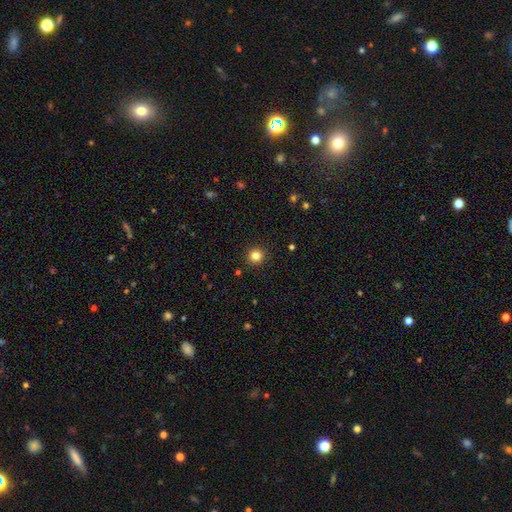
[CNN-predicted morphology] Smooth or featured? Predicted: smooth (p=0.83). How rounded? Predicted: round (p=0.94). Merging? Predicted: none (p=0.92).